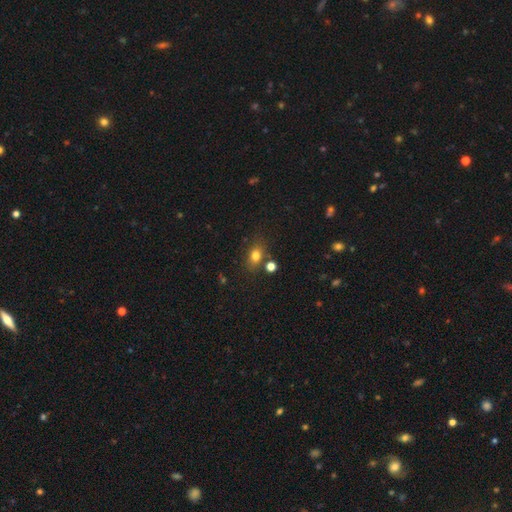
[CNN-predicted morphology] Smooth or featured? smooth (76%)
How rounded? in between (66%)
Merging? none (72%)